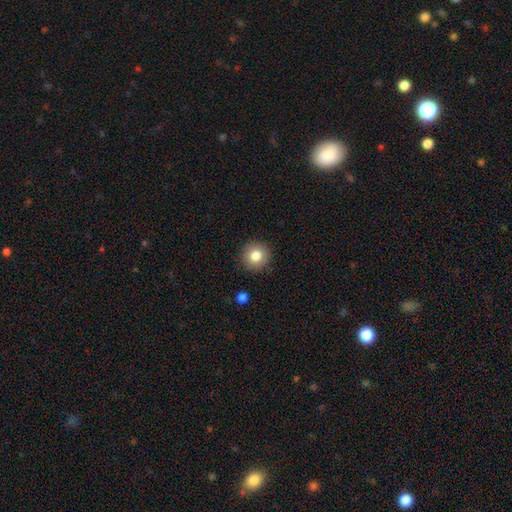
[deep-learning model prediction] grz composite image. It shows a smooth galaxy with no disk features (82%) that is round (94%). Merging: none (90%).